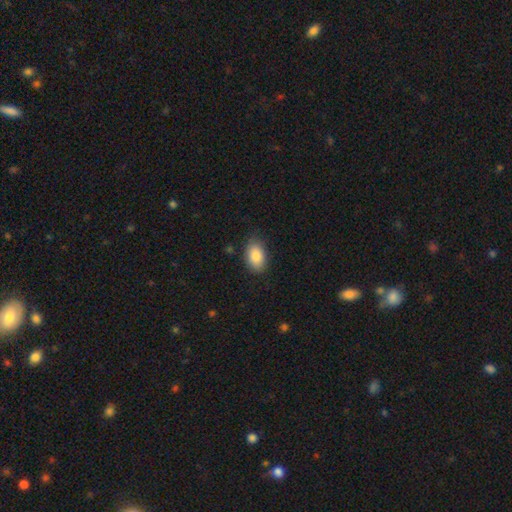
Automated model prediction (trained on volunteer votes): The model was most divided on "merging": none: 81%, minor disturbance: 15%, major disturbance: 3%, merger: 1%. More confident: how rounded — in between (92%); smooth or featured — smooth (88%).